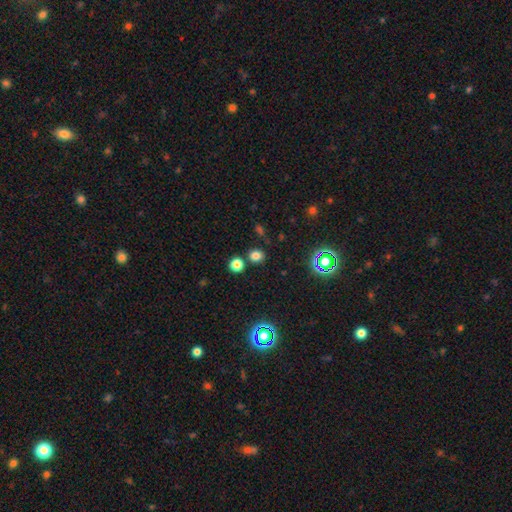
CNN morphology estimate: Overall: smooth (76%). How rounded: round (75%). Merging: none (79%).